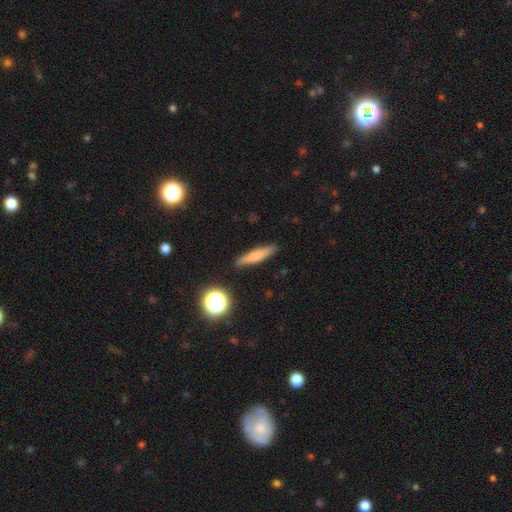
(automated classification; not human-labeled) smooth-or-featured: smooth: 64% | featured or disk: 27% | star or artifact: 9%
  how-rounded: cigar-shaped: 82% | in between: 14% | round: 4%
  merging: none: 87% | minor disturbance: 9% | major disturbance: 2% | merger: 2%